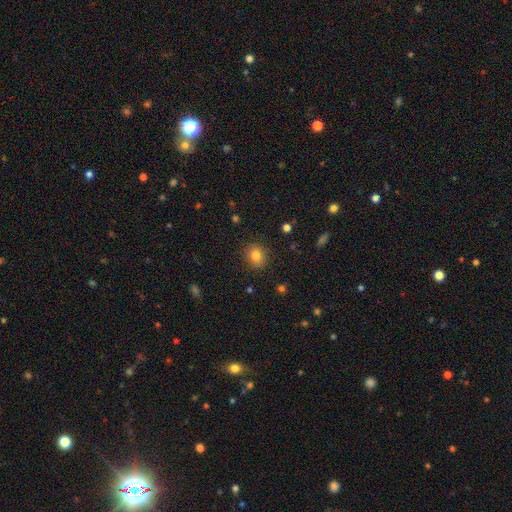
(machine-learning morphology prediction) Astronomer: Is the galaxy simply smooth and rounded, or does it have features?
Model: smooth — 81%.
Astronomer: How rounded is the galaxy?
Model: round — 66%.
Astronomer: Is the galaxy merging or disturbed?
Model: none — 87%.